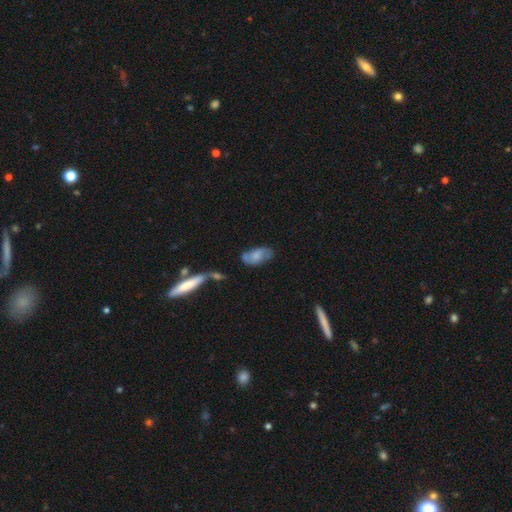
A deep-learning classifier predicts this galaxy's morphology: Overall: smooth (55%; featured or disk 37%). How rounded: in between (89%). Merging: none (50%; minor disturbance 26%).